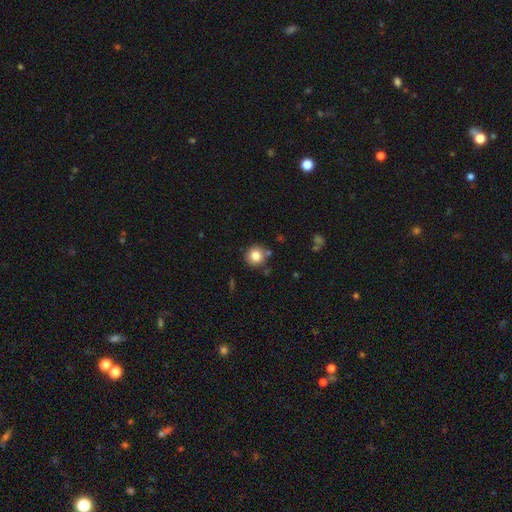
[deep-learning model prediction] A smooth galaxy with no disk features (82%) that is round (93%).

Vote fractions:
- Smooth or featured? smooth: 82% / star or artifact: 10% / featured or disk: 7%
- How rounded? round: 93% / in between: 6% / cigar-shaped: 1%
- Merging? none: 83% / minor disturbance: 10% / merger: 5% / major disturbance: 3%